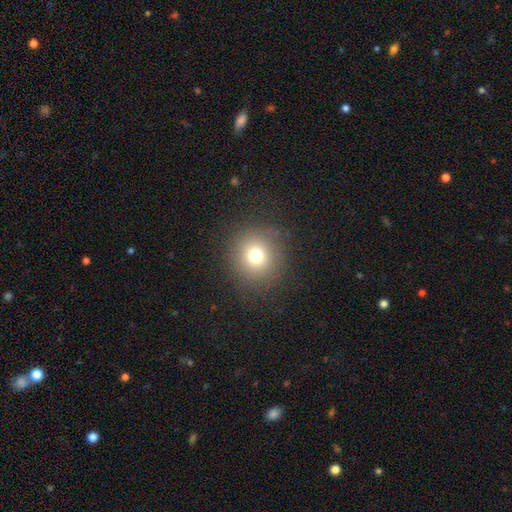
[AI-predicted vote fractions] Smooth or featured? smooth (74%)
How rounded? round (92%)
Merging? none (88%)